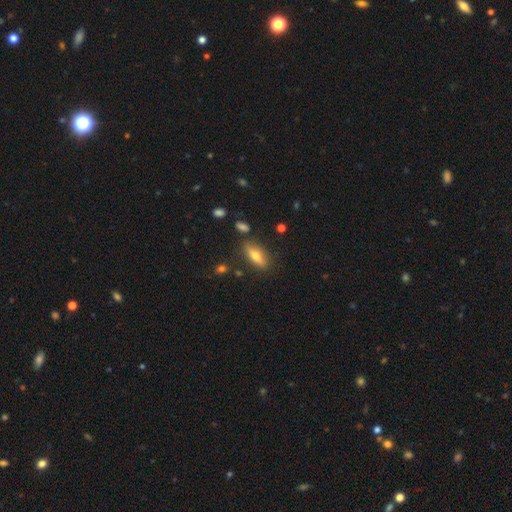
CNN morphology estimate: A smooth galaxy with no disk features (60%) that is in between round and cigar-shaped (59%). Merging: none (82%).